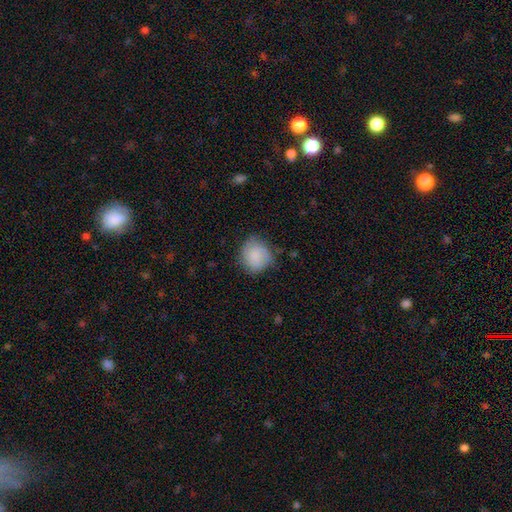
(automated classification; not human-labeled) A smooth galaxy with no disk features (79%) that is round (79%). Merging: none (68%).